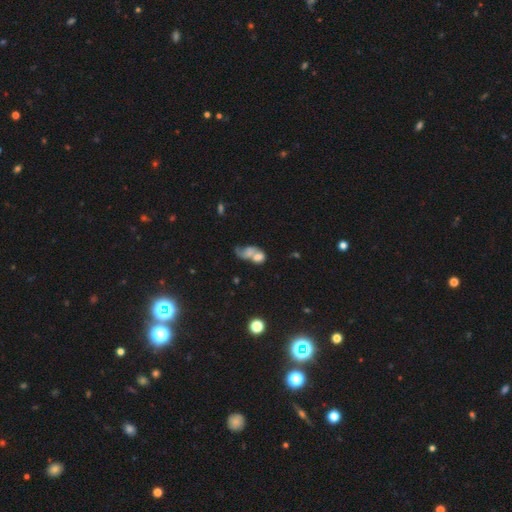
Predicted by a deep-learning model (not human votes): smooth_or_featured: smooth (p=0.56) [alt: featured or disk p=0.30]
how_rounded: in between (p=0.70) [alt: round p=0.27]
merging: merger (p=0.62) [alt: none p=0.15]